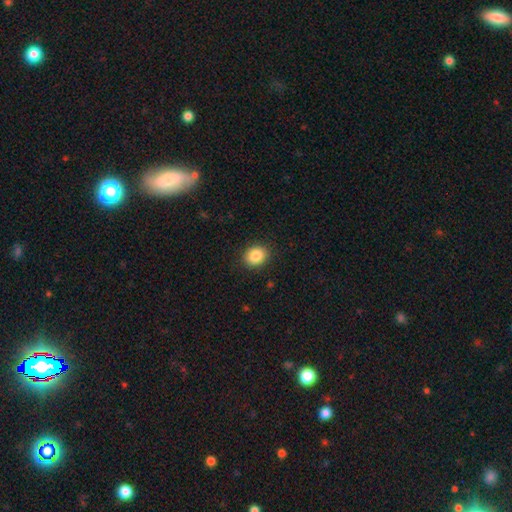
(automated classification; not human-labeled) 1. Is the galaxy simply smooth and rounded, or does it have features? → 86% smooth, 9% star or artifact, 5% featured or disk.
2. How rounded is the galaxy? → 60% round, 39% in between, 1% cigar-shaped.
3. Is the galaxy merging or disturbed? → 89% none, 7% minor disturbance, 2% major disturbance, 1% merger.